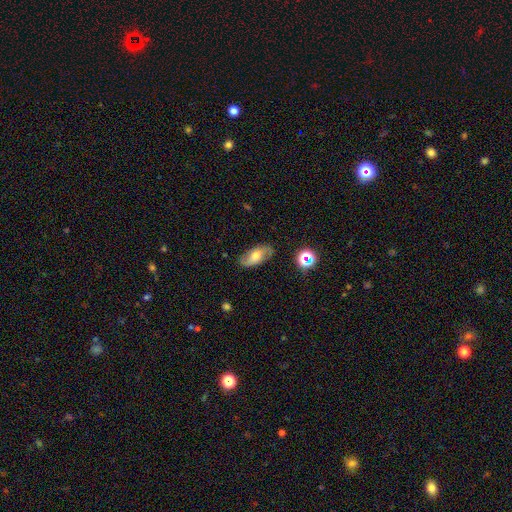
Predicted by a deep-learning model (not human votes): Smooth or featured: featured or disk — 53% (smooth — 38%)
Edge-on disk: no — 90% (yes — 10%)
Merging: none — 79% (minor disturbance — 15%)